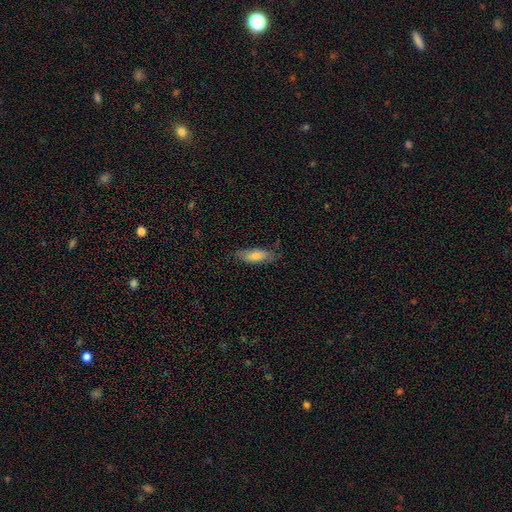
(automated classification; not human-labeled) A smooth galaxy with no disk features (76%) that is in between round and cigar-shaped (66%).

Vote fractions:
- Smooth or featured? smooth: 76% / featured or disk: 17% / star or artifact: 6%
- How rounded? in between: 66% / cigar-shaped: 33% / round: 2%
- Merging? none: 72% / minor disturbance: 21% / major disturbance: 5% / merger: 1%